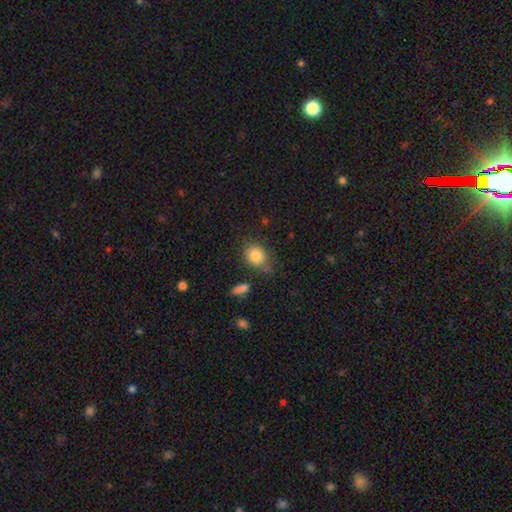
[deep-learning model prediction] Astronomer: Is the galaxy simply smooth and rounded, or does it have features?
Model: smooth — 83%.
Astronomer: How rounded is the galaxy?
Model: round — 51% (runner-up: in between, 48%).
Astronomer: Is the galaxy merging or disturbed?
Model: none — 69%.